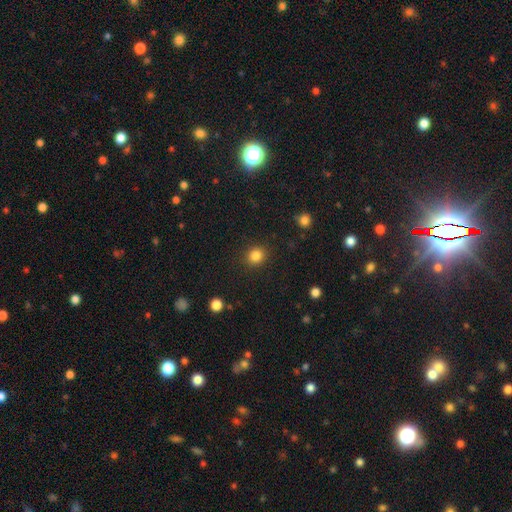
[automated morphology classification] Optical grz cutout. It shows a smooth galaxy with no disk features (85%) that is round (78%). Merging: none (89%).